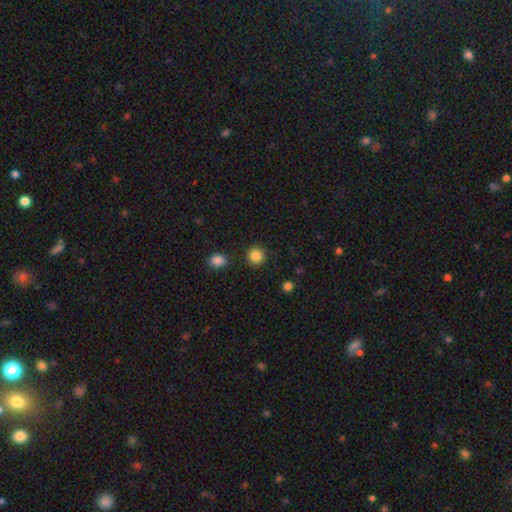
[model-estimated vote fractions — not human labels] Smooth or featured?
  - smooth: 86% *
  - star or artifact: 10%
  - featured or disk: 4%
How rounded?
  - round: 93% *
  - in between: 6%
  - cigar-shaped: 1%
Merging?
  - none: 90% *
  - minor disturbance: 6%
  - merger: 2%
  - major disturbance: 2%